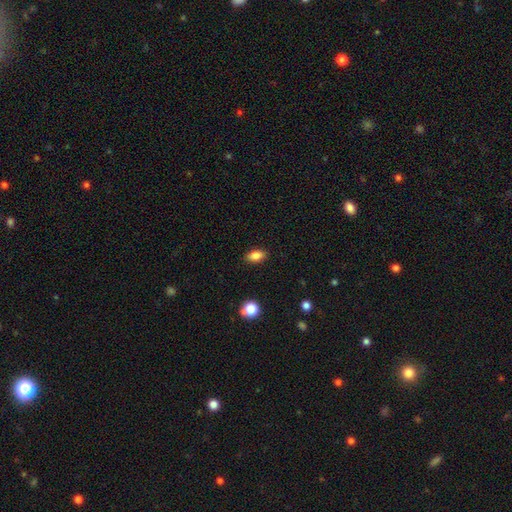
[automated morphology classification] A smooth galaxy with no disk features (85%) that is in between round and cigar-shaped (89%).

Vote fractions:
- Smooth or featured? smooth: 85% / star or artifact: 9% / featured or disk: 6%
- How rounded? in between: 89% / round: 7% / cigar-shaped: 4%
- Merging? none: 88% / minor disturbance: 8% / major disturbance: 2% / merger: 1%